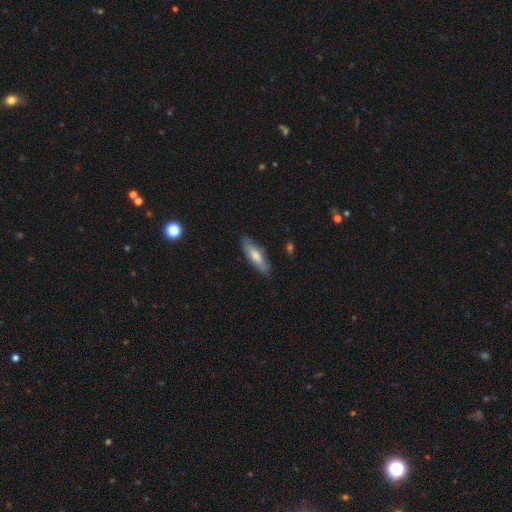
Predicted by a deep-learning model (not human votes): This is likely a smooth galaxy (66%). How rounded: possibly in between (52%). Merging: clearly none (81%).